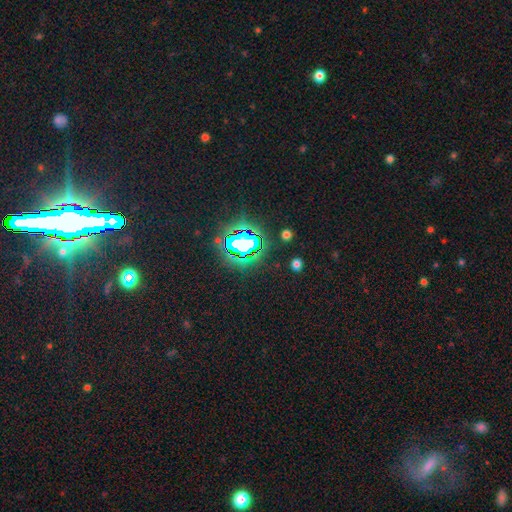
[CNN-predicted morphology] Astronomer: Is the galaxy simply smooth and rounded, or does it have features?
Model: star or artifact — 85%.